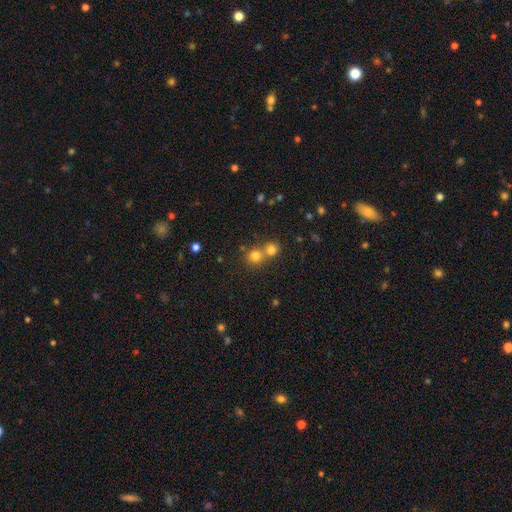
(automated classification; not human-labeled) A smooth galaxy with no disk features (77%) that is round (88%).

Vote fractions:
- Smooth or featured? smooth: 77% / star or artifact: 15% / featured or disk: 8%
- How rounded? round: 88% / in between: 11% / cigar-shaped: 1%
- Merging? merger: 47% / none: 46% / minor disturbance: 5% / major disturbance: 2%